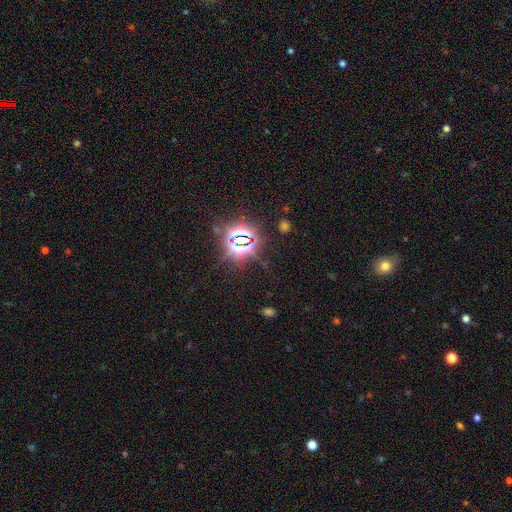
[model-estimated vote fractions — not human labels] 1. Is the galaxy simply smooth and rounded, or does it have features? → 82% star or artifact, 10% smooth, 8% featured or disk.